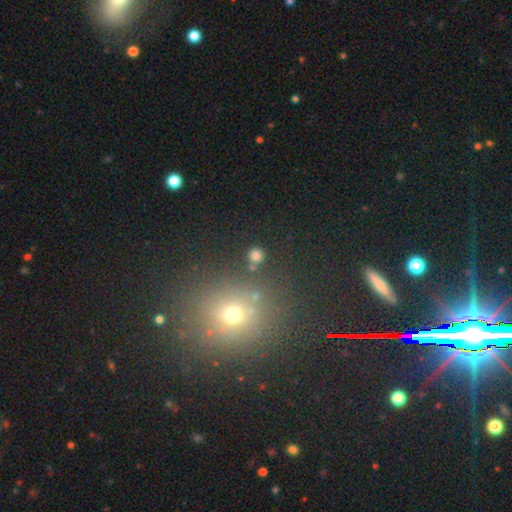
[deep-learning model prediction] Q: Smooth or featured?
A: smooth (77%); runner-up: star or artifact (17%)
Q: How rounded?
A: round (91%); runner-up: in between (8%)
Q: Merging?
A: none (83%); runner-up: merger (7%)